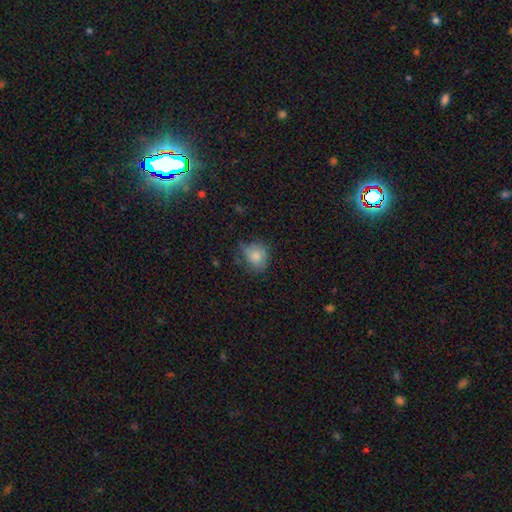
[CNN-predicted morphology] This is likely a smooth galaxy (76%). How rounded: likely round (70%). Merging: possibly none (55%).